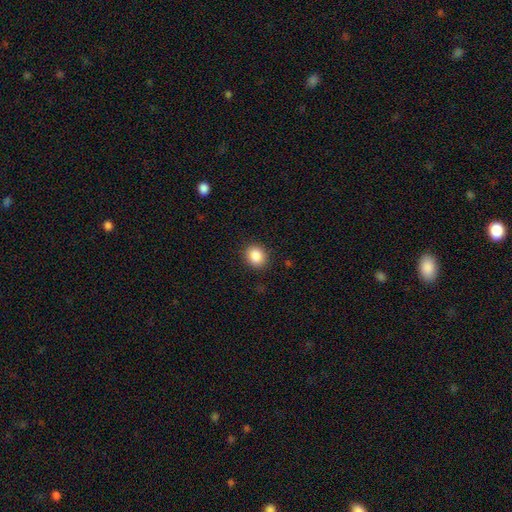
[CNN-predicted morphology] Smooth or featured? Predicted: smooth (p=0.87). How rounded? Predicted: round (p=0.69). Merging? Predicted: none (p=0.89).